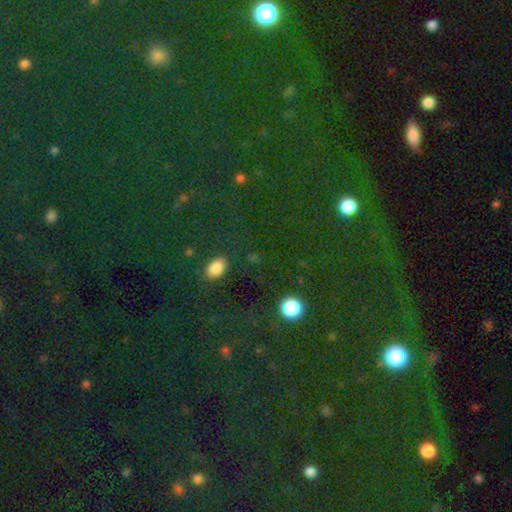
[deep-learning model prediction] Overall: star or artifact (63%; smooth 28%).